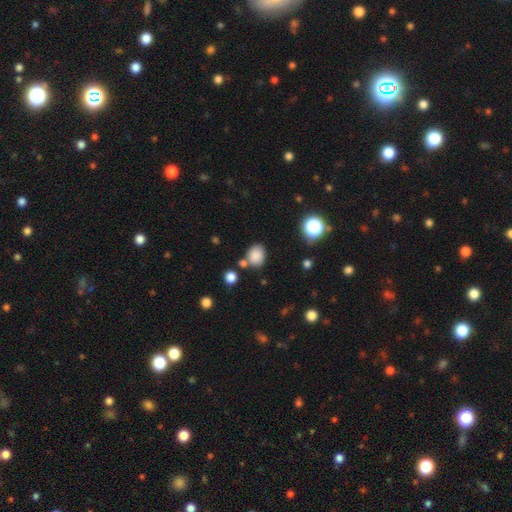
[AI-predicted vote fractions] Smooth or featured: smooth — 84% (star or artifact — 11%)
How rounded: in between — 51% (round — 48%)
Merging: none — 66% (minor disturbance — 15%)